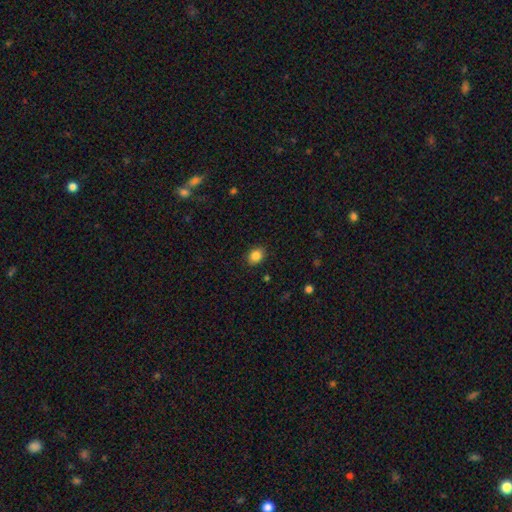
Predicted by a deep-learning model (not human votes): The model was most divided on "how rounded": in between: 53%, round: 46%, cigar-shaped: 1%. More confident: merging — none (88%); smooth or featured — smooth (86%).